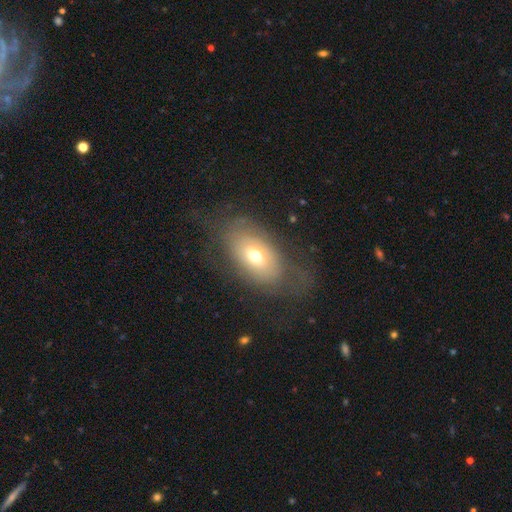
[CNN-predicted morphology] Smooth or featured?
  - smooth: 53% *
  - featured or disk: 38%
  - star or artifact: 9%
How rounded?
  - in between: 87% *
  - round: 11%
  - cigar-shaped: 2%
Merging?
  - none: 61% *
  - minor disturbance: 21%
  - major disturbance: 17%
  - merger: 1%